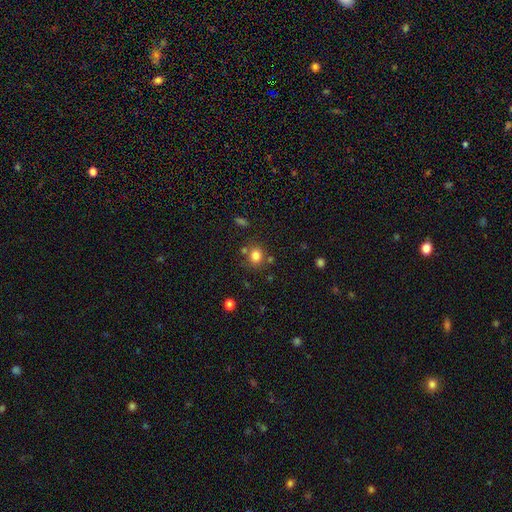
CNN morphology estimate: This is clearly a smooth galaxy (80%). How rounded: likely round (73%). Merging: likely none (70%).